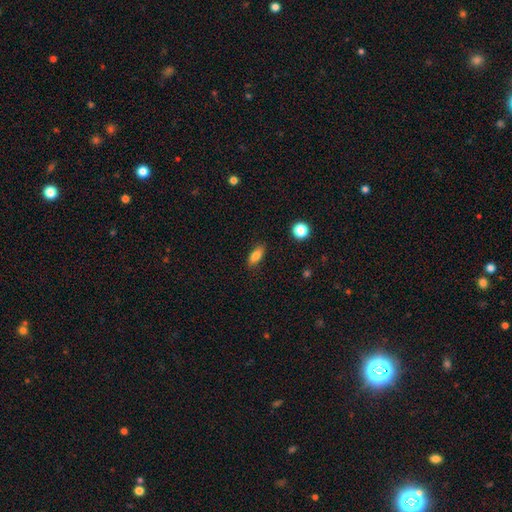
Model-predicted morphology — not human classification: smooth 82%, featured or disk 9%, star or artifact 9%. Down the decision tree: how rounded — in between (80%); merging — none (85%).